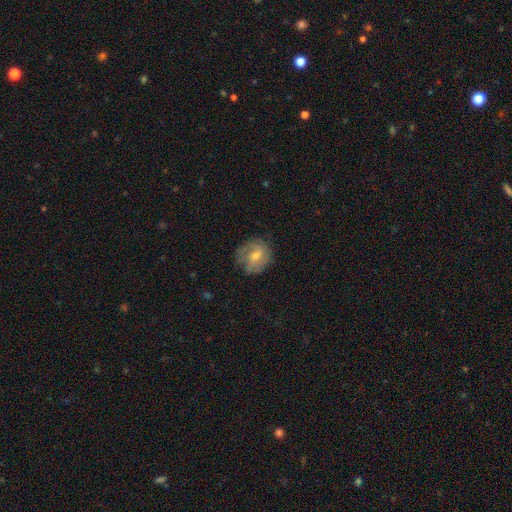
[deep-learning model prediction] A featured or disk galaxy (52%). Merging: none (68%).